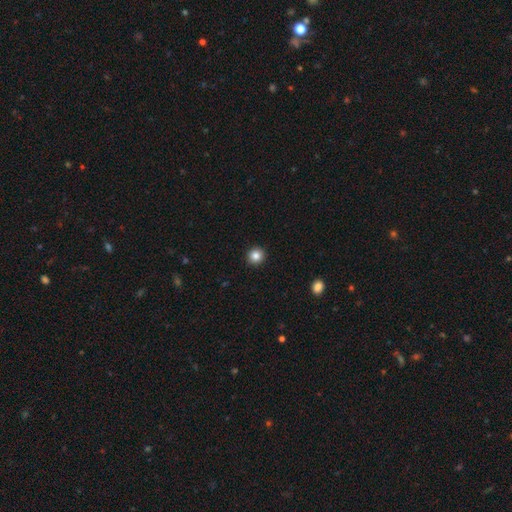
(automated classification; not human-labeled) Smooth or featured?
  - smooth: 85% *
  - star or artifact: 11%
  - featured or disk: 5%
How rounded?
  - round: 93% *
  - in between: 6%
  - cigar-shaped: 1%
Merging?
  - none: 93% *
  - minor disturbance: 5%
  - major disturbance: 1%
  - merger: 1%